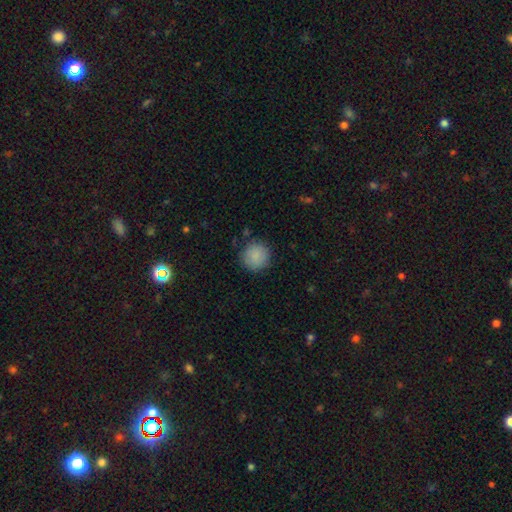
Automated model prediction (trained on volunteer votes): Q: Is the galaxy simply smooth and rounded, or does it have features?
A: smooth — 87%.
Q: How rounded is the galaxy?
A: round — 94%.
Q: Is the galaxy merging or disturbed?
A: none — 85%.